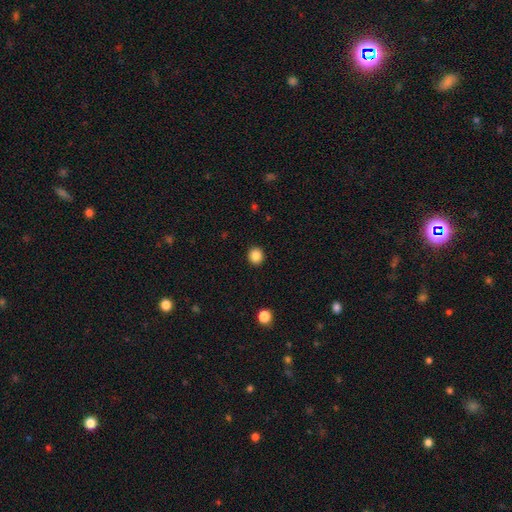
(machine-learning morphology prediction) This is clearly a smooth galaxy (86%). How rounded: clearly round (89%). Merging: clearly none (92%).